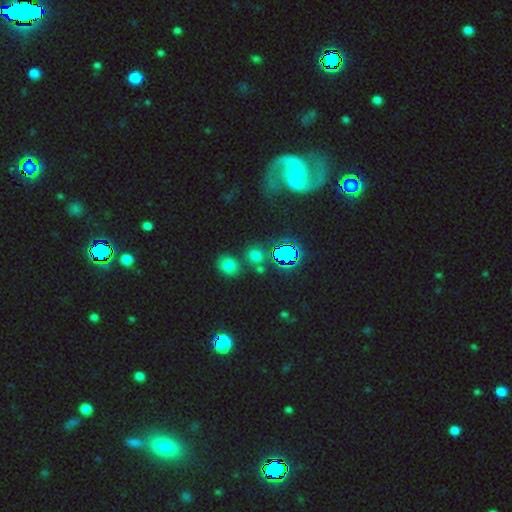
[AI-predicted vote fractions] Smooth or featured? smooth (50%)
How rounded? round (78%)
Merging? none (72%)